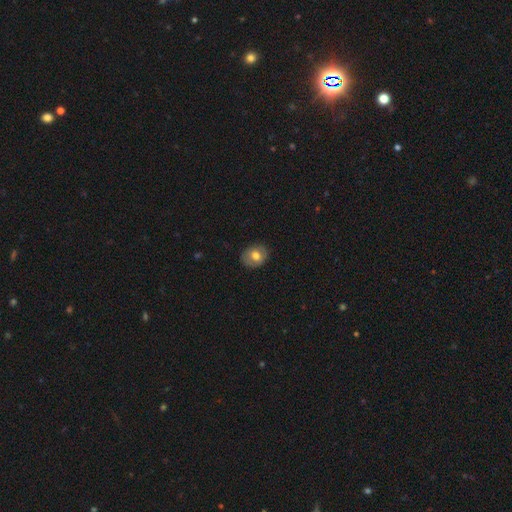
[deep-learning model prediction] Smooth or featured? Predicted: smooth (p=0.71). How rounded? Predicted: round (p=0.54). Merging? Predicted: none (p=0.84).